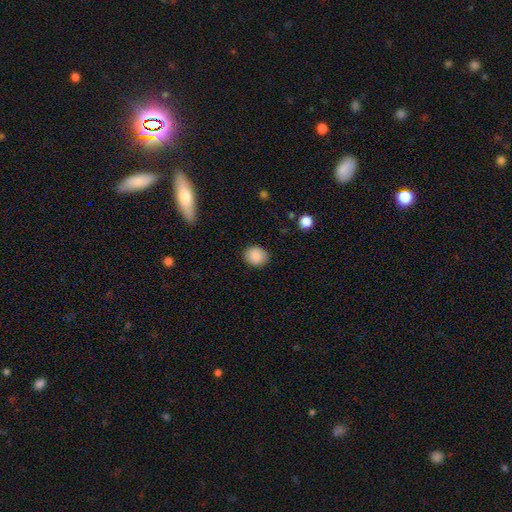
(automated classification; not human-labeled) This is clearly a smooth galaxy (87%). How rounded: likely round (66%). Merging: clearly none (88%).